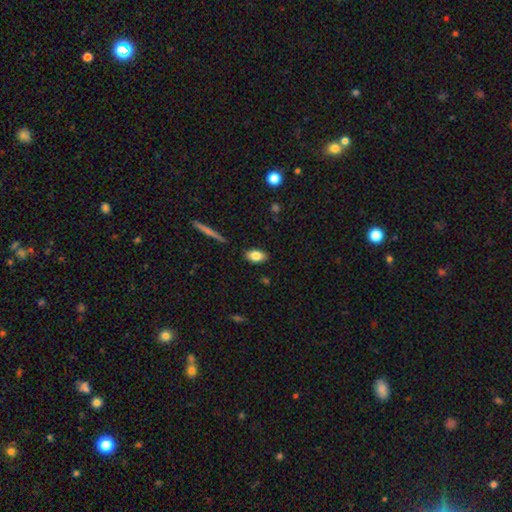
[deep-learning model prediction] Overall: smooth (81%). How rounded: in between (90%). Merging: none (87%).